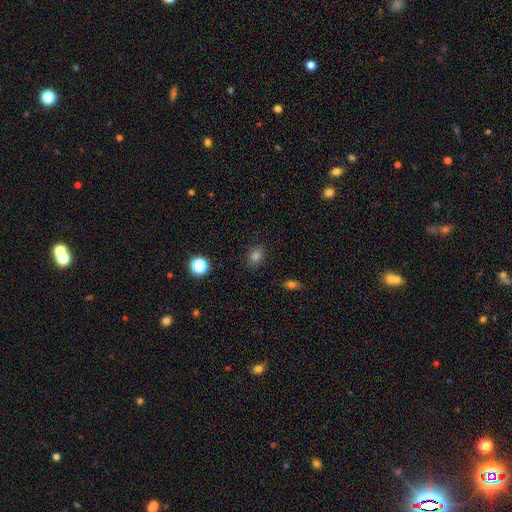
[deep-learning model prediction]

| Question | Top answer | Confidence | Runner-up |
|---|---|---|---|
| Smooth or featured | smooth | 79% | star or artifact (15%) |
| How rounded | in between | 63% | round (36%) |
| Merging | none | 86% | minor disturbance (10%) |